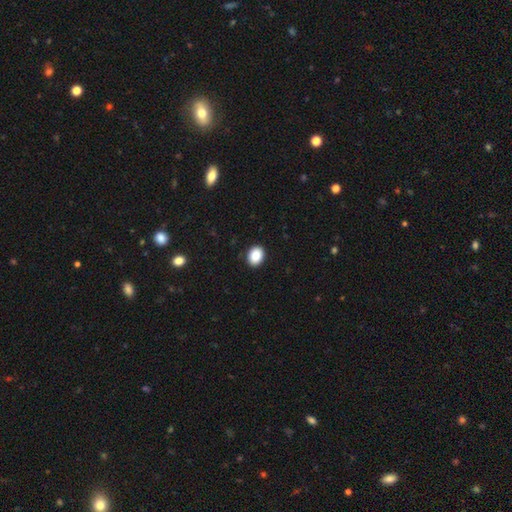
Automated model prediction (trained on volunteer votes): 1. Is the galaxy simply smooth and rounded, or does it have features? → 88% smooth, 8% star or artifact, 4% featured or disk.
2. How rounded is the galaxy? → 67% in between, 32% round, 1% cigar-shaped.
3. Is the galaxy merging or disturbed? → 91% none, 7% minor disturbance, 2% major disturbance, 1% merger.